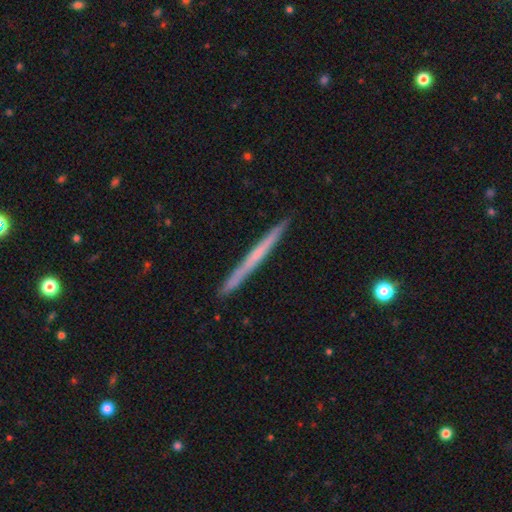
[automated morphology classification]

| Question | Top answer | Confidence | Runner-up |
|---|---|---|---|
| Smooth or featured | featured or disk | 52% | smooth (42%) |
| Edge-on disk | yes | 98% | no (2%) |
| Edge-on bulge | none | 85% | rounded (11%) |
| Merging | none | 92% | minor disturbance (5%) |